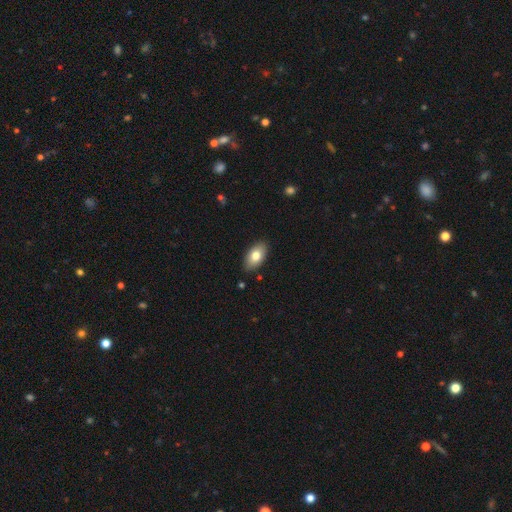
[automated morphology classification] smooth 77%, featured or disk 16%, star or artifact 7%. Down the decision tree: how rounded — in between (93%); merging — none (87%).